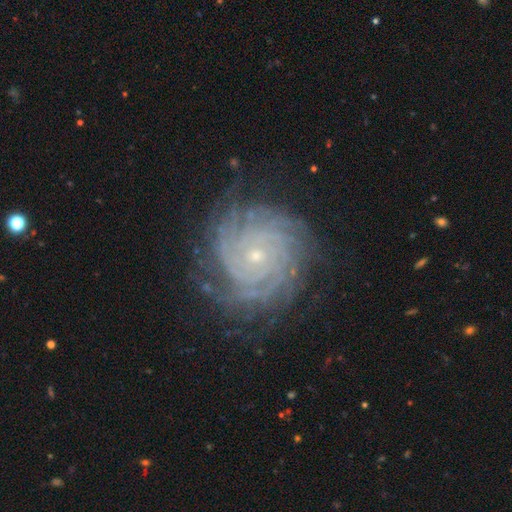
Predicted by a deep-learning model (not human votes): featured or disk 88%, star or artifact 7%, smooth 5%. Down the decision tree: edge-on disk — no (97%); bar — no (78%); spiral arms — yes (98%); spiral arm count — more than 4 (27%); spiral winding — tight (86%); bulge size — small (80%); merging — none (80%).